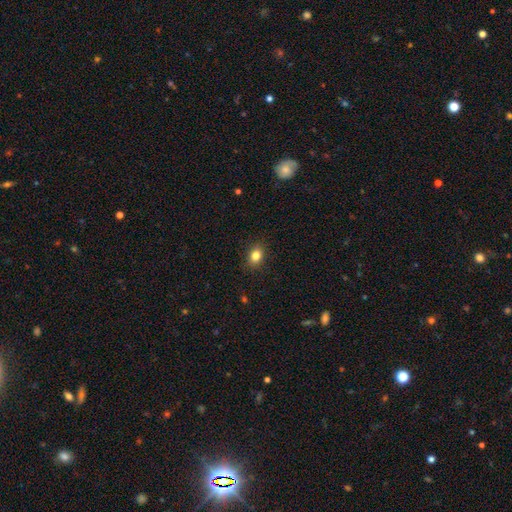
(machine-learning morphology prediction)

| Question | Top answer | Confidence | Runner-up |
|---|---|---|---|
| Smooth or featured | smooth | 83% | star or artifact (11%) |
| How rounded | in between | 65% | round (34%) |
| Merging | none | 88% | minor disturbance (9%) |